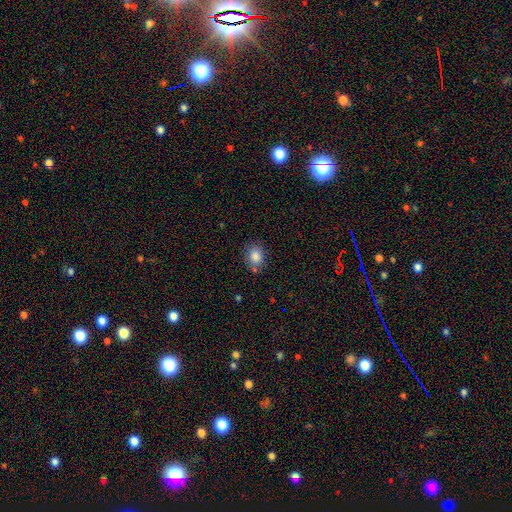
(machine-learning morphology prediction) Smooth or featured? Predicted: smooth (p=0.84). How rounded? Predicted: in between (p=0.52). Merging? Predicted: none (p=0.76).